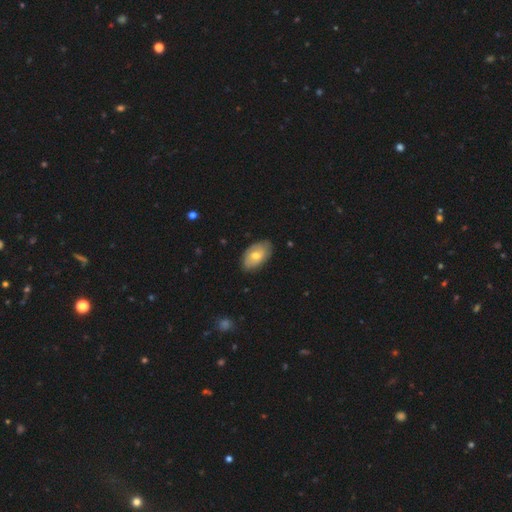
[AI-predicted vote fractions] smooth 63%, featured or disk 31%, star or artifact 6%. Down the decision tree: how rounded — in between (92%); merging — none (79%).